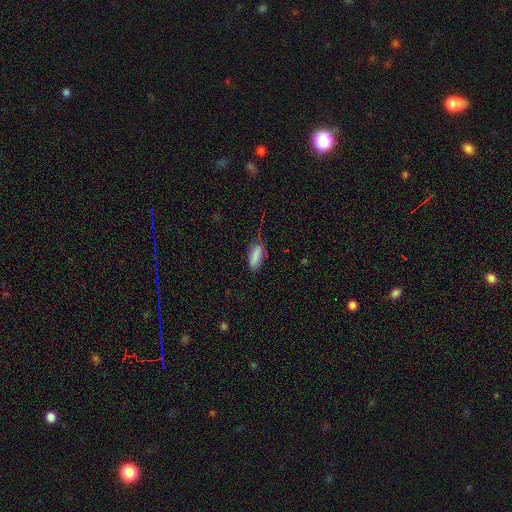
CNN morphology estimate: Smooth or featured? Predicted: smooth (p=0.86). How rounded? Predicted: in between (p=0.82). Merging? Predicted: none (p=0.69).